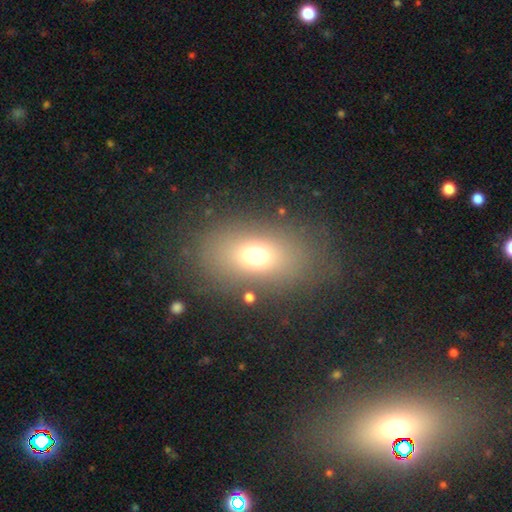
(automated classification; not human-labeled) This is likely a smooth galaxy (68%). How rounded: likely in between (71%). Merging: likely none (76%).